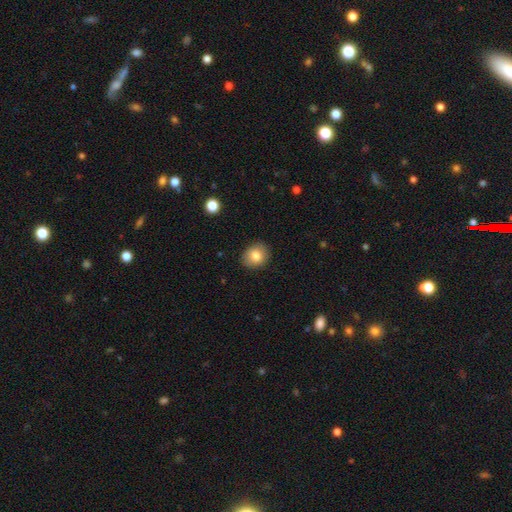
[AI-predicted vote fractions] Smooth or featured: smooth — 81% (featured or disk — 10%)
How rounded: round — 63% (in between — 36%)
Merging: none — 87% (minor disturbance — 10%)